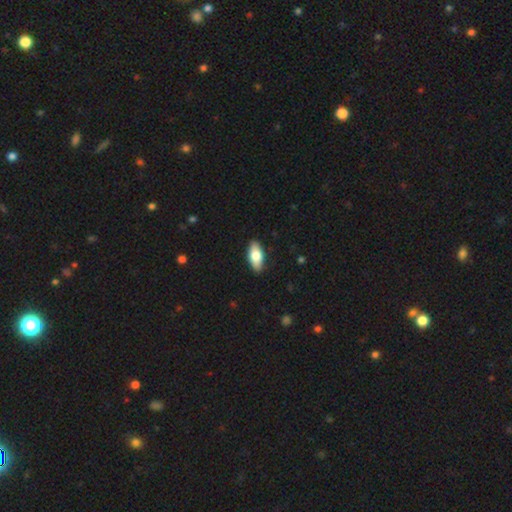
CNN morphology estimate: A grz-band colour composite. It shows a smooth galaxy with no disk features (75%) that is in between round and cigar-shaped (86%). Merging: none (88%).